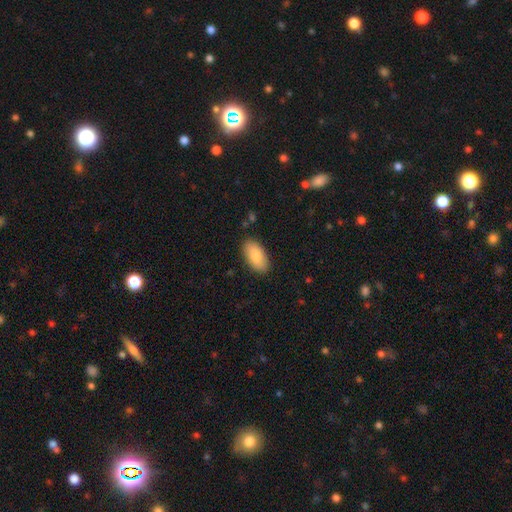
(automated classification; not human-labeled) smooth 84%, featured or disk 10%, star or artifact 6%. Down the decision tree: how rounded — in between (94%); merging — none (86%).